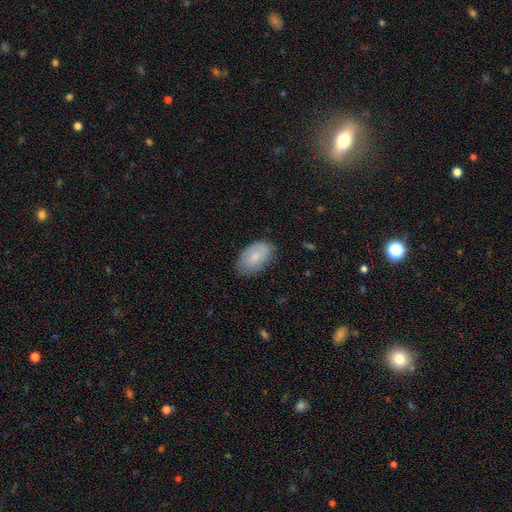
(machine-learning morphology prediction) smooth-or-featured: smooth: 79% | featured or disk: 15% | star or artifact: 6%
  how-rounded: in between: 93% | round: 5% | cigar-shaped: 1%
  merging: none: 78% | minor disturbance: 17% | major disturbance: 3% | merger: 1%